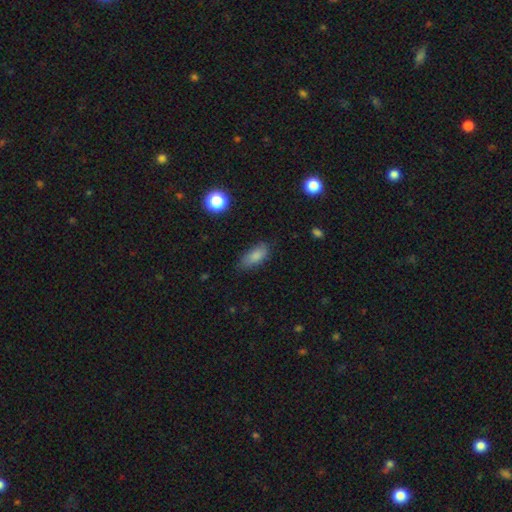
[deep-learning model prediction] This appears to be a smooth galaxy with no disk features (84%) that is in between round and cigar-shaped (81%). Merging: none (73%).